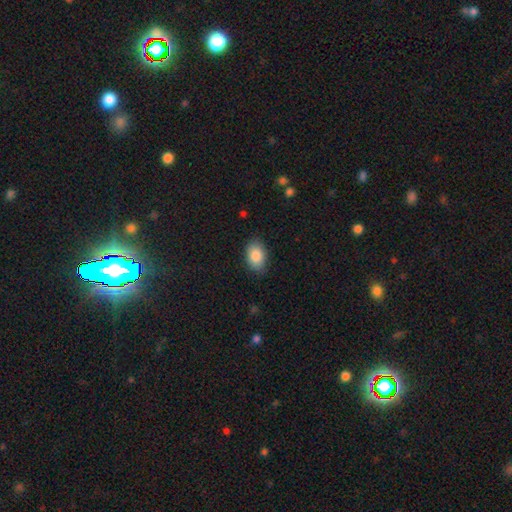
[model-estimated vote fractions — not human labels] smooth_or_featured: smooth (p=0.87) [alt: star or artifact p=0.07]
how_rounded: in between (p=0.86) [alt: round p=0.13]
merging: none (p=0.82) [alt: minor disturbance p=0.14]